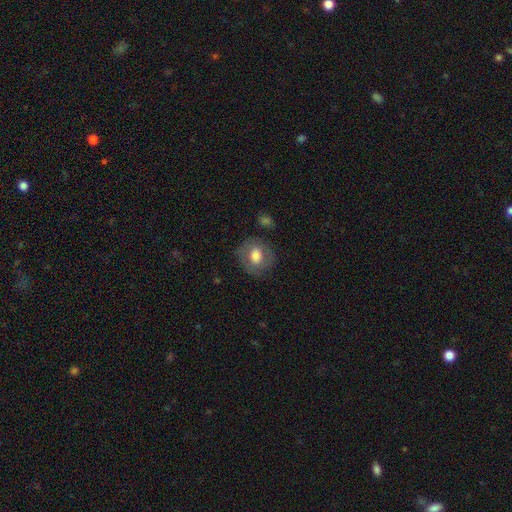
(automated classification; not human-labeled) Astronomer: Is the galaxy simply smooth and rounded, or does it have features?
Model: smooth — 64%.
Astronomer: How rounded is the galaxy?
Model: round — 78%.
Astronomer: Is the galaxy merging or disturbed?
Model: none — 77%.